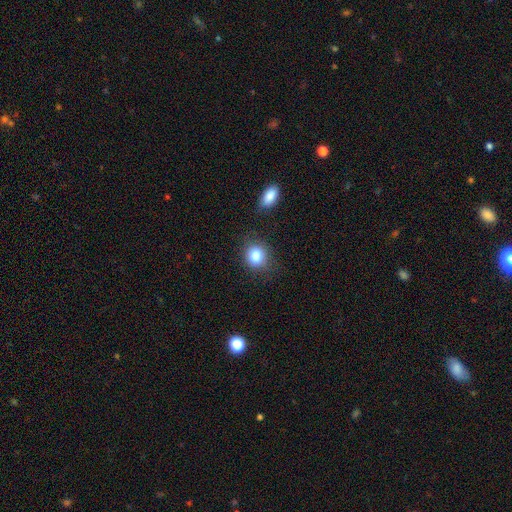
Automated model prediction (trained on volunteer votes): Smooth or featured? Predicted: smooth (p=0.84). How rounded? Predicted: round (p=0.72). Merging? Predicted: none (p=0.80).